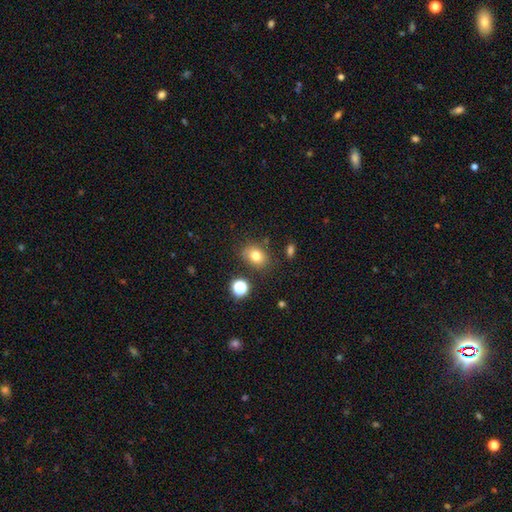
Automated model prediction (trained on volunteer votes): Q: Smooth or featured?
A: smooth (76%); runner-up: star or artifact (13%)
Q: How rounded?
A: in between (56%); runner-up: round (43%)
Q: Merging?
A: none (78%); runner-up: minor disturbance (13%)